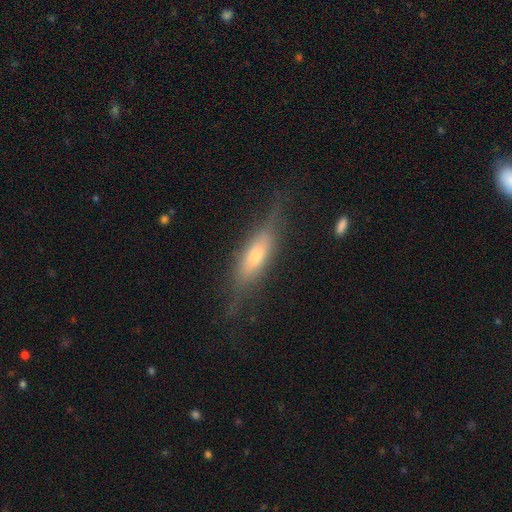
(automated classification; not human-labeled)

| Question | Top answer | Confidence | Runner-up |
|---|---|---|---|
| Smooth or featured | featured or disk | 50% | smooth (42%) |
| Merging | none | 68% | minor disturbance (20%) |